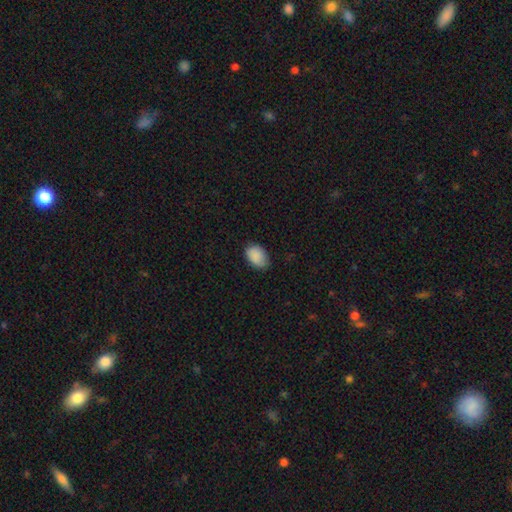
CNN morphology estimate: smooth 89%, star or artifact 7%, featured or disk 4%. Down the decision tree: how rounded — in between (84%); merging — none (77%).